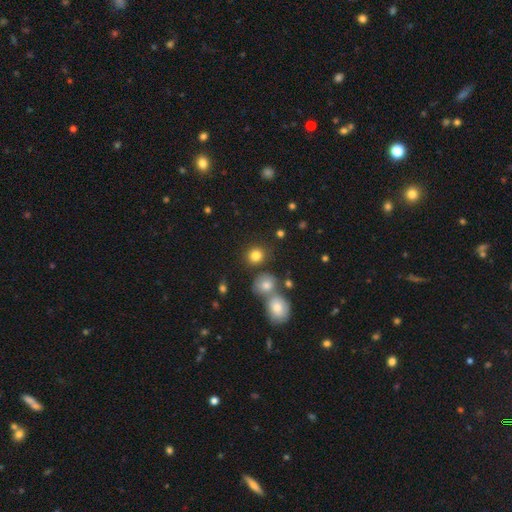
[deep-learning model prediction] Smooth or featured: smooth — 81% (star or artifact — 12%)
How rounded: round — 81% (in between — 18%)
Merging: none — 72% (merger — 15%)